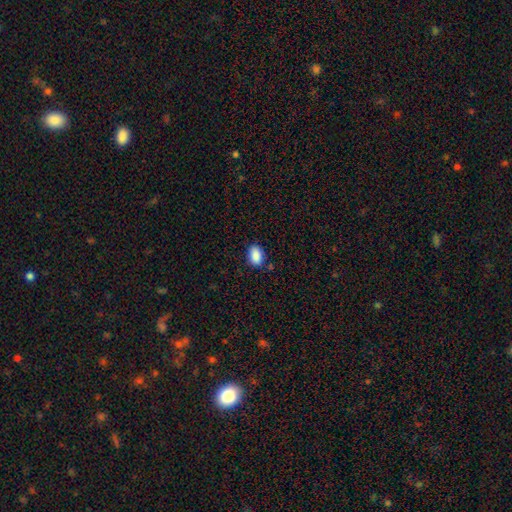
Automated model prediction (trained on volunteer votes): Overall: smooth (89%). How rounded: in between (85%). Merging: none (81%).